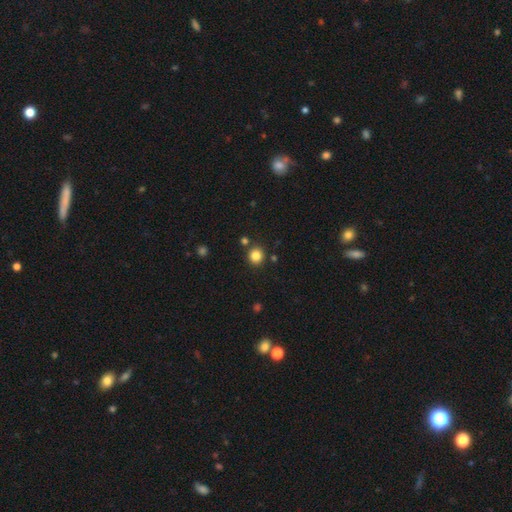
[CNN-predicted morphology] smooth_or_featured: smooth (p=0.84) [alt: star or artifact p=0.12]
how_rounded: round (p=0.89) [alt: in between p=0.10]
merging: none (p=0.86) [alt: minor disturbance p=0.07]